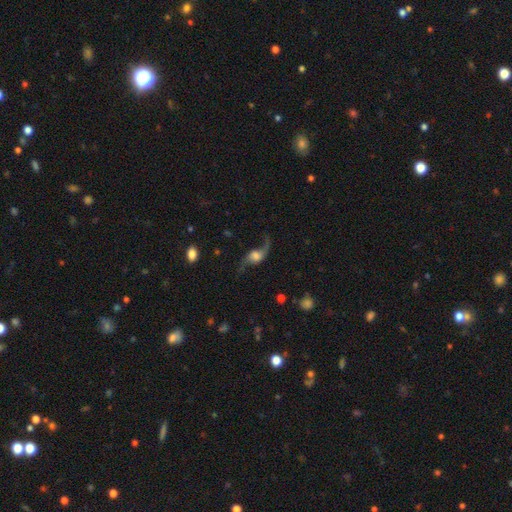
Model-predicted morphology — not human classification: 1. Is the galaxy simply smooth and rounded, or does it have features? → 82% featured or disk, 11% smooth, 7% star or artifact.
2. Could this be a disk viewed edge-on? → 94% no, 6% yes.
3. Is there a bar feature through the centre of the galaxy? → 58% no, 33% weak, 9% strong.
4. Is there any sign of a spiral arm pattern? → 95% yes, 5% no.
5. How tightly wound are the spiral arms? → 91% loose, 7% medium, 2% tight.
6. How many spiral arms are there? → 91% 2, 5% 1, 1% can't tell, 1% 3, 1% 4, 1% more than 4.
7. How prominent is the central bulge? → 40% moderate, 24% large, 22% small, 8% none, 6% dominant.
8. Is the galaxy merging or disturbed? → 66% none, 16% minor disturbance, 15% major disturbance, 3% merger.